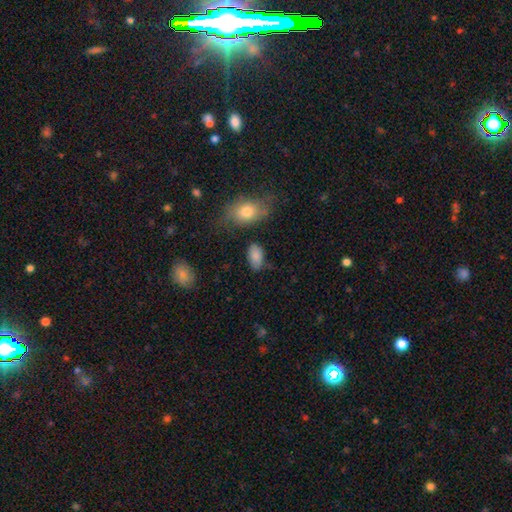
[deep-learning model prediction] Overall: smooth (85%). How rounded: in between (92%). Merging: none (64%).